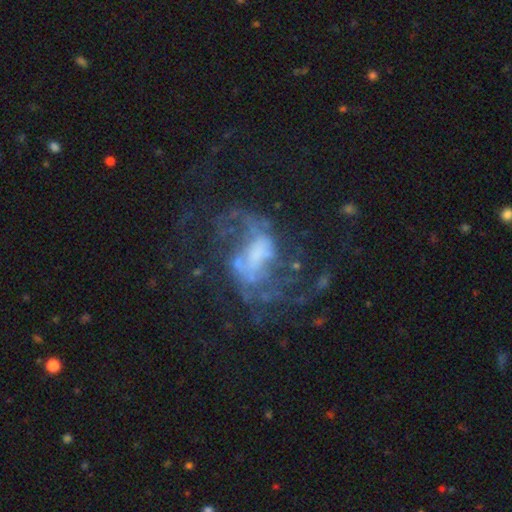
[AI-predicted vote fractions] Smooth or featured?
  - featured or disk: 79% *
  - star or artifact: 11%
  - smooth: 10%
Edge-on disk?
  - no: 97% *
  - yes: 3%
Bar?
  - no: 39% * (tied)
  - weak: 39% * (tied)
  - strong: 22%
Spiral arms?
  - yes: 77% *
  - no: 23%
Spiral winding?
  - loose: 51% *
  - medium: 36%
  - tight: 12%
Spiral arm count?
  - 2: 56% *
  - can't tell: 22%
  - 3: 7%
  - 1: 6%
  - 4: 4%
  - more than 4: 4%
Bulge size?
  - moderate: 31% *
  - small: 27%
  - none: 25%
  - large: 14%
  - dominant: 2%
Merging?
  - none: 43% *
  - major disturbance: 35%
  - minor disturbance: 16%
  - merger: 5%